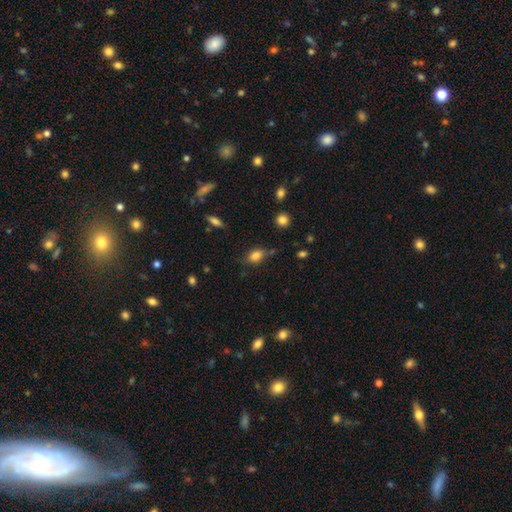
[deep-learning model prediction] smooth-or-featured: smooth: 82% | star or artifact: 10% | featured or disk: 9%
  how-rounded: in between: 79% | round: 18% | cigar-shaped: 3%
  merging: none: 69% | minor disturbance: 21% | merger: 6% | major disturbance: 5%